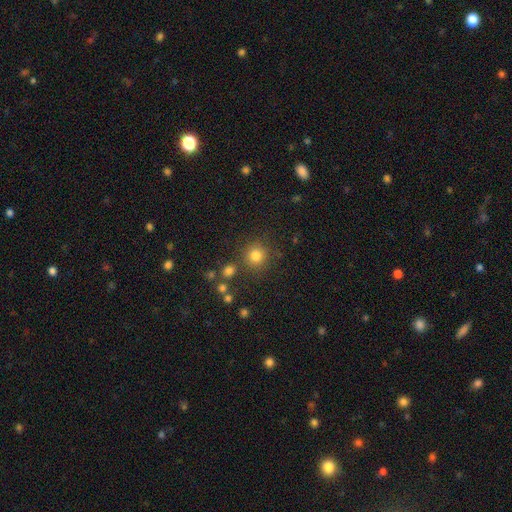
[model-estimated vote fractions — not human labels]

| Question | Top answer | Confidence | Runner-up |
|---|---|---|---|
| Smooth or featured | smooth | 81% | star or artifact (13%) |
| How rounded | round | 93% | in between (6%) |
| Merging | none | 82% | minor disturbance (9%) |